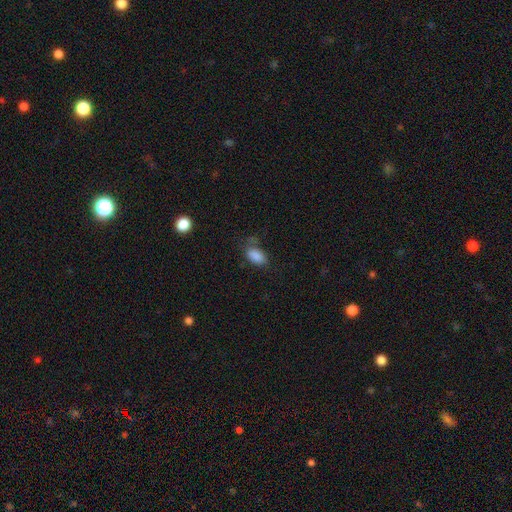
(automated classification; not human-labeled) smooth_or_featured: smooth (p=0.85) [alt: star or artifact p=0.09]
how_rounded: in between (p=0.91) [alt: round p=0.07]
merging: none (p=0.54) [alt: minor disturbance p=0.27]